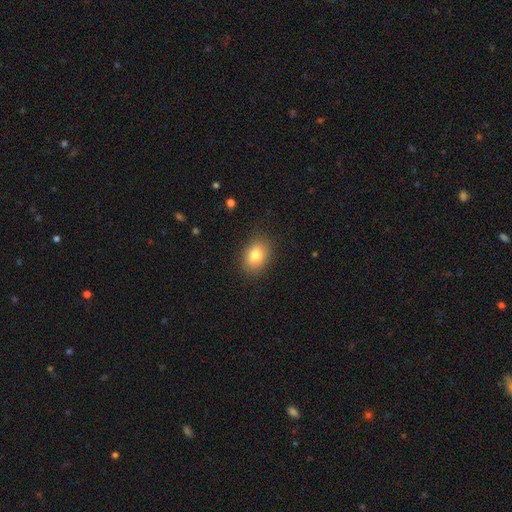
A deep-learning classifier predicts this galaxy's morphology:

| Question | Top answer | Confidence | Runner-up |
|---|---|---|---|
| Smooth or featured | smooth | 81% | featured or disk (10%) |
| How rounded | in between | 71% | round (28%) |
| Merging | none | 86% | minor disturbance (10%) |